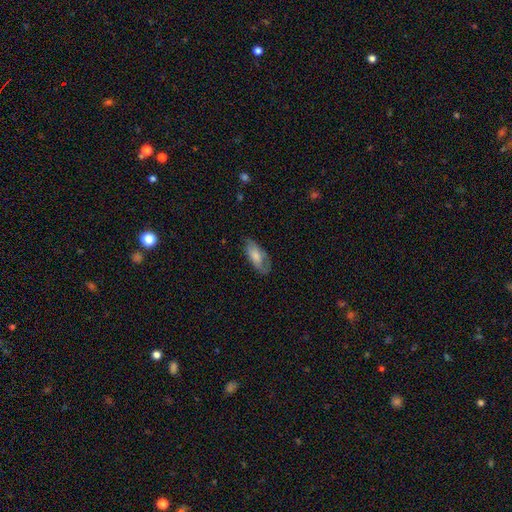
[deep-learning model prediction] A smooth galaxy with no disk features (64%) that is in between round and cigar-shaped (83%).

Vote fractions:
- Smooth or featured? smooth: 64% / featured or disk: 30% / star or artifact: 6%
- How rounded? in between: 83% / cigar-shaped: 14% / round: 3%
- Merging? none: 64% / minor disturbance: 26% / major disturbance: 9% / merger: 1%